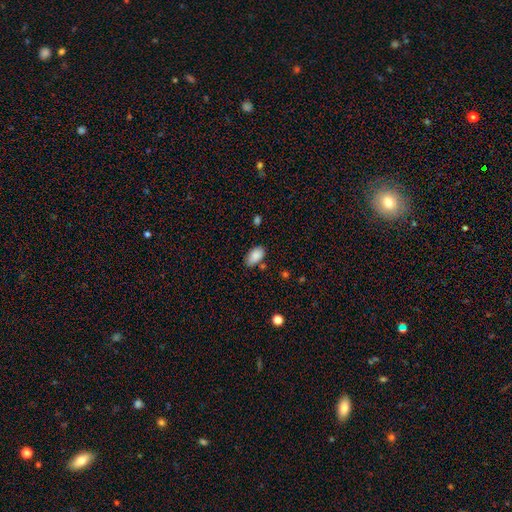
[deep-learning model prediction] smooth-or-featured: smooth: 87% | star or artifact: 7% | featured or disk: 5%
  how-rounded: in between: 94% | round: 4% | cigar-shaped: 2%
  merging: none: 76% | minor disturbance: 17% | merger: 4% | major disturbance: 3%